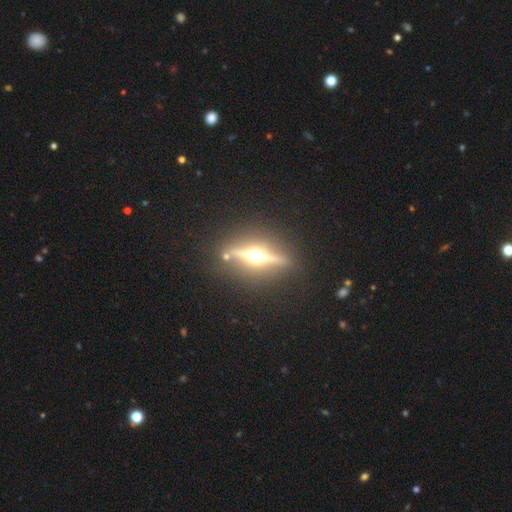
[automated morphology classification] This is clearly a featured or disk galaxy (85%). It is clearly viewed edge-on (96%). Edge-on bulge: clearly rounded (97%). Merging: clearly none (88%).